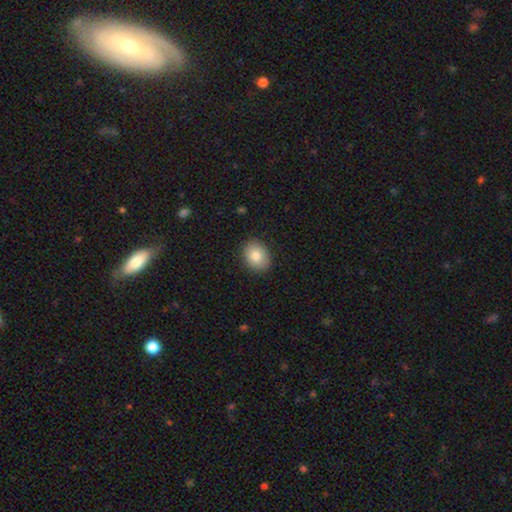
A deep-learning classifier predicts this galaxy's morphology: smooth_or_featured: smooth (p=0.82) [alt: featured or disk p=0.10]
how_rounded: in between (p=0.50) [alt: round p=0.49]
merging: none (p=0.88) [alt: minor disturbance p=0.09]